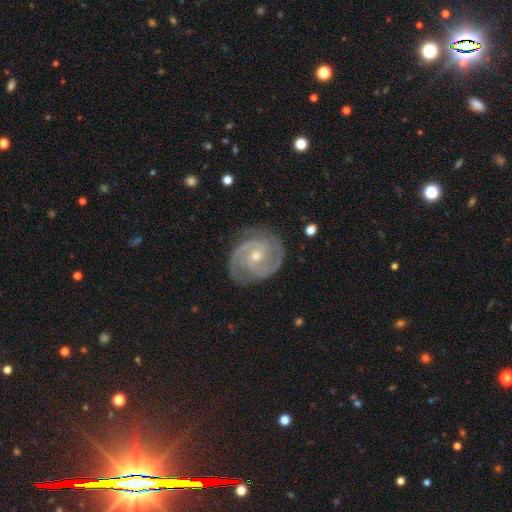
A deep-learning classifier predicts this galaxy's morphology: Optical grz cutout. It shows a featured or disk galaxy (91%) with no bar (57%), 2 (72%) tight (59%) spiral arms (98%) and a small central bulge (53%). Merging: none (82%).